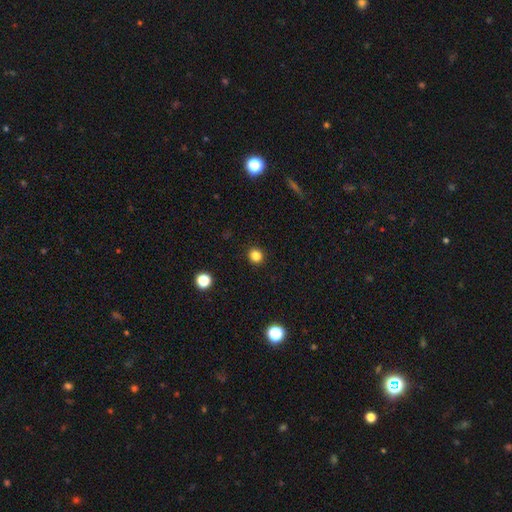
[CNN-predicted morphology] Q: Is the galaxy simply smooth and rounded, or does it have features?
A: smooth — 83%.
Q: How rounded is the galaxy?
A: round — 90%.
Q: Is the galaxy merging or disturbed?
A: none — 92%.